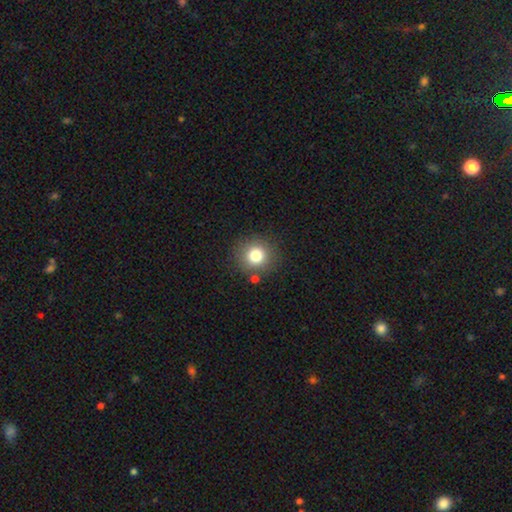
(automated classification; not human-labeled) This appears to be a smooth galaxy with no disk features (79%) that is round (92%). Merging: none (85%).